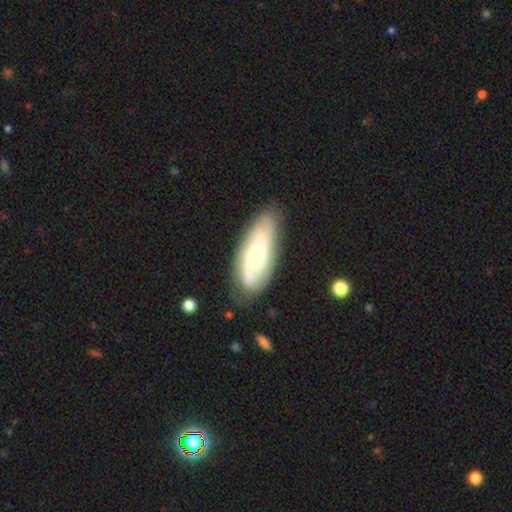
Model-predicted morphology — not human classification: A featured or disk galaxy (62%) with no bar (70%), spiral arms (87%) and a small central bulge (55%).

Vote fractions:
- Smooth or featured? featured or disk: 62% / smooth: 32% / star or artifact: 6%
- Edge-on disk? no: 88% / yes: 12%
- Bar? no: 70% / weak: 24% / strong: 6%
- Spiral arms? yes: 87% / no: 13%
- Bulge size? small: 55% / moderate: 37% / large: 4% / none: 3% / dominant: 1%
- Merging? none: 76% / minor disturbance: 17% / major disturbance: 5% / merger: 2%